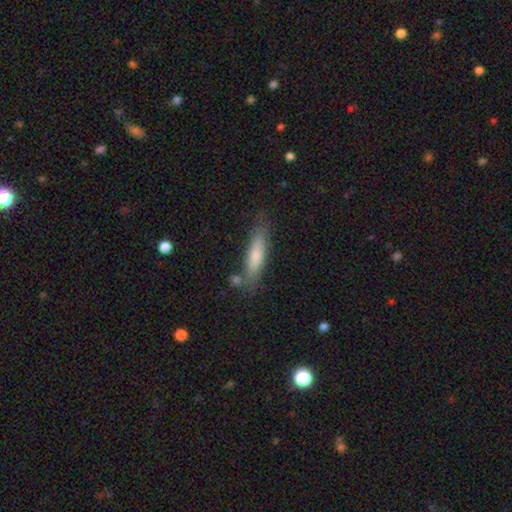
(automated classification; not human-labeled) Q: Smooth or featured?
A: smooth (69%); runner-up: featured or disk (25%)
Q: How rounded?
A: cigar-shaped (76%); runner-up: in between (22%)
Q: Merging?
A: none (72%); runner-up: minor disturbance (17%)